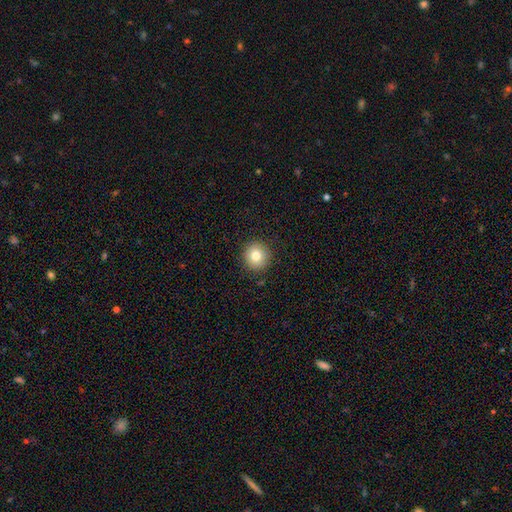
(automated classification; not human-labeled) Overall: smooth (81%). How rounded: round (93%). Merging: none (90%).